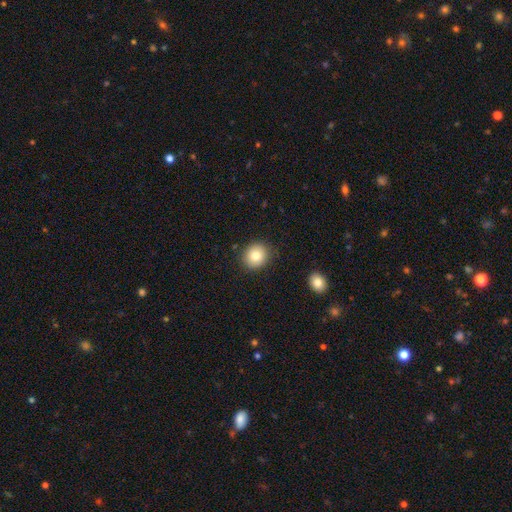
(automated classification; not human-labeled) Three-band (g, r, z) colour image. It shows a smooth galaxy with no disk features (82%) that is round (80%). Merging: none (88%).